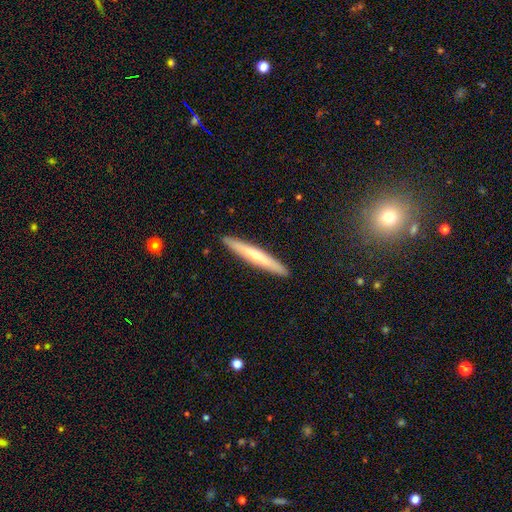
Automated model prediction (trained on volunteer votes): The model was most divided on "smooth or featured": featured or disk: 48%, smooth: 46%, star or artifact: 5%. More confident: merging — none (92%).